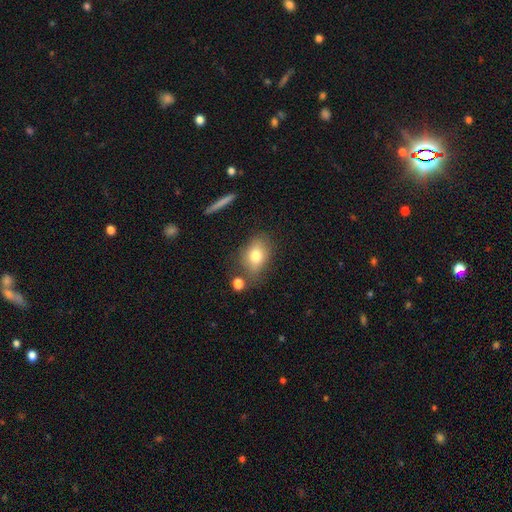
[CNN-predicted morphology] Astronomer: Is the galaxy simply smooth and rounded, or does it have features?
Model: smooth — 76%.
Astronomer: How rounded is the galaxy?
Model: in between — 74%.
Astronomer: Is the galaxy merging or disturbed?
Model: none — 69%.